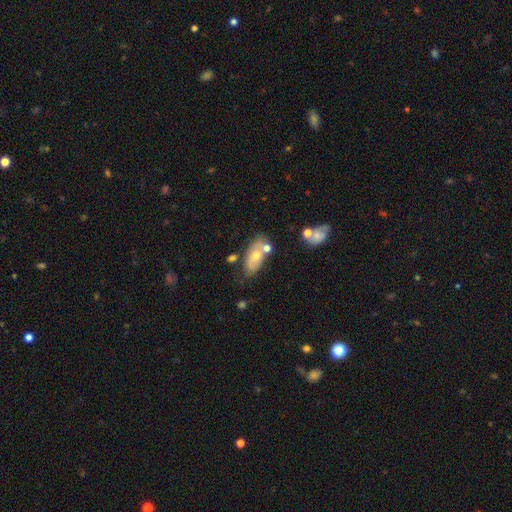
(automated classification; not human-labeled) Smooth or featured: smooth — 51% (featured or disk — 41%)
How rounded: in between — 88% (round — 6%)
Merging: none — 53% (minor disturbance — 20%)